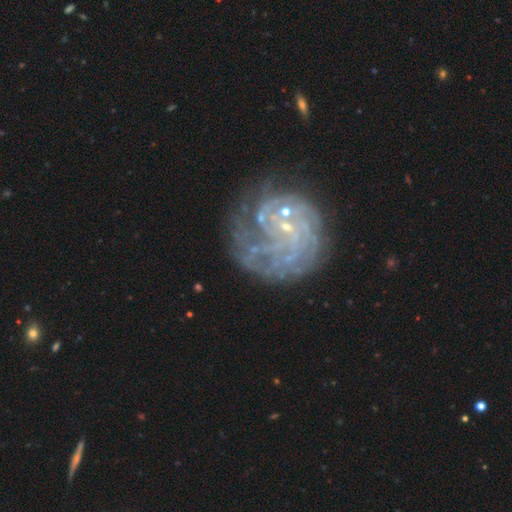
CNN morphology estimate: Smooth or featured: featured or disk — 77% (star or artifact — 13%)
Edge-on disk: no — 98% (yes — 2%)
Bar: no — 62% (weak — 29%)
Spiral arms: yes — 89% (no — 11%)
Spiral winding: tight — 66% (medium — 24%)
Spiral arm count: can't tell — 36% (4 — 15%)
Bulge size: small — 71% (none — 19%)
Merging: none — 61% (minor disturbance — 17%)